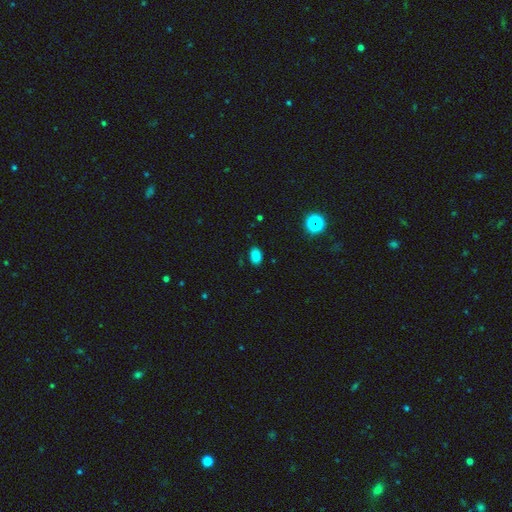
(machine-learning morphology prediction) Smooth or featured: smooth — 79% (star or artifact — 17%)
How rounded: in between — 86% (round — 12%)
Merging: none — 83% (minor disturbance — 12%)